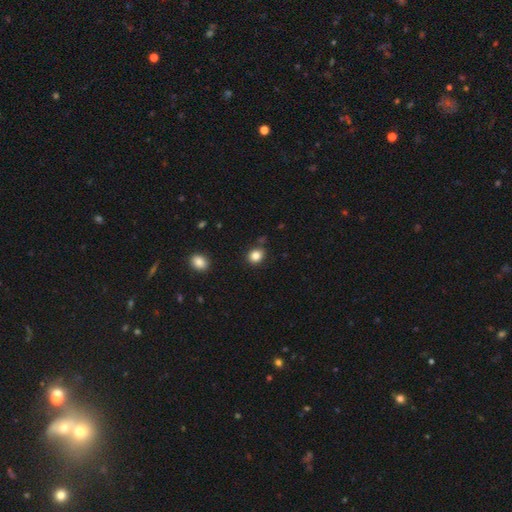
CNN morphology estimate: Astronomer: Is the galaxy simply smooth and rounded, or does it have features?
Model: smooth — 84%.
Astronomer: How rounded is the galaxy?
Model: round — 69%.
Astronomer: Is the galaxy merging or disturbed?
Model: none — 85%.